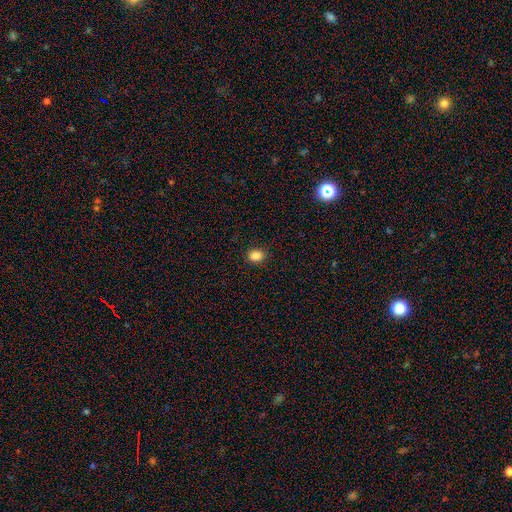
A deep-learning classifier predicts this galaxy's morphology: A smooth galaxy with no disk features (87%) that is in between round and cigar-shaped (57%). Merging: none (89%).